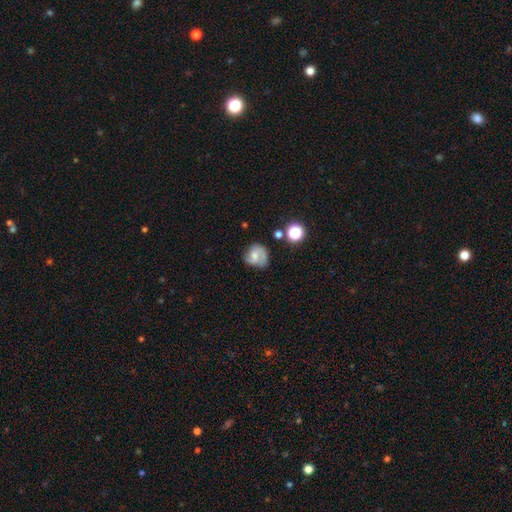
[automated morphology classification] Smooth or featured: featured or disk — 50% (smooth — 39%)
Edge-on disk: no — 97% (yes — 3%)
Merging: none — 56% (minor disturbance — 26%)